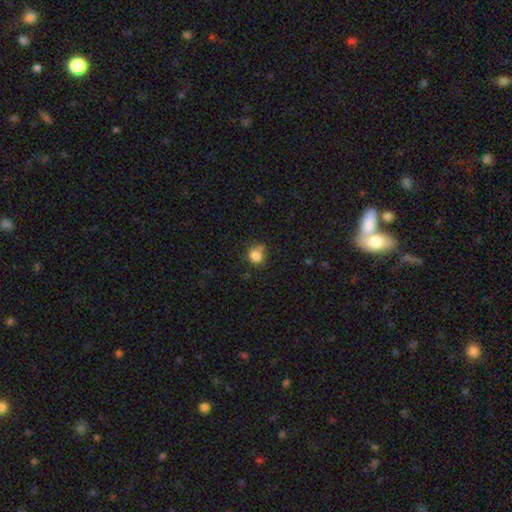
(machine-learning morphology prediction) smooth 82%, star or artifact 11%, featured or disk 6%. Down the decision tree: how rounded — round (85%); merging — none (64%).